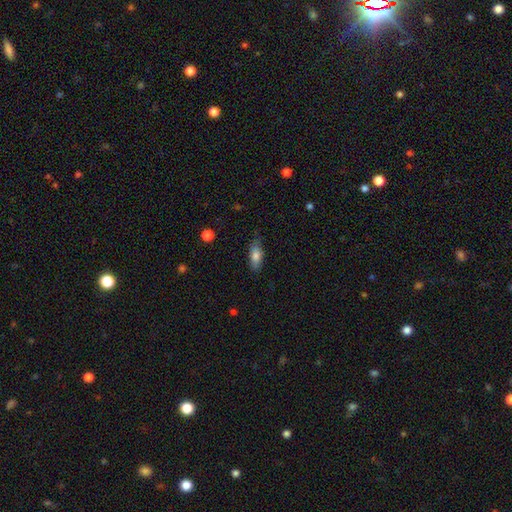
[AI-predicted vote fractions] A smooth galaxy with no disk features (77%) that is in between round and cigar-shaped (77%). Merging: none (77%).